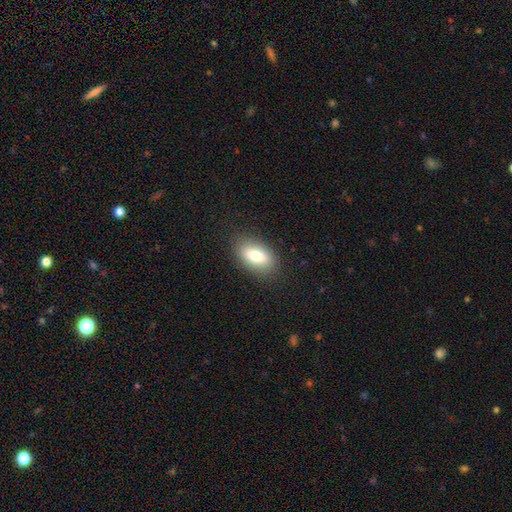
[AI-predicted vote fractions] Overall: smooth (77%). How rounded: in between (89%). Merging: none (86%).